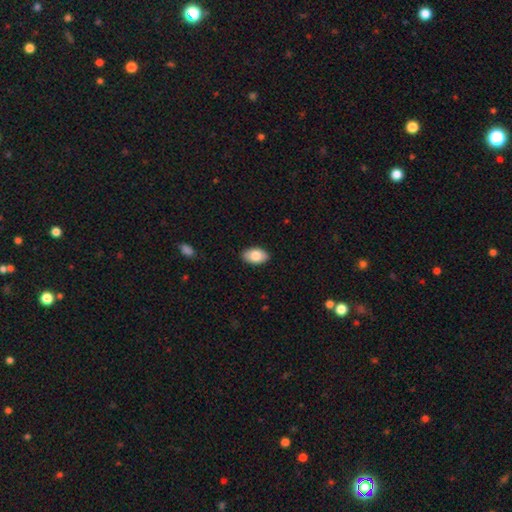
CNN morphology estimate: type=smooth (82%); roundness=in between (93%); merging=none (88%).